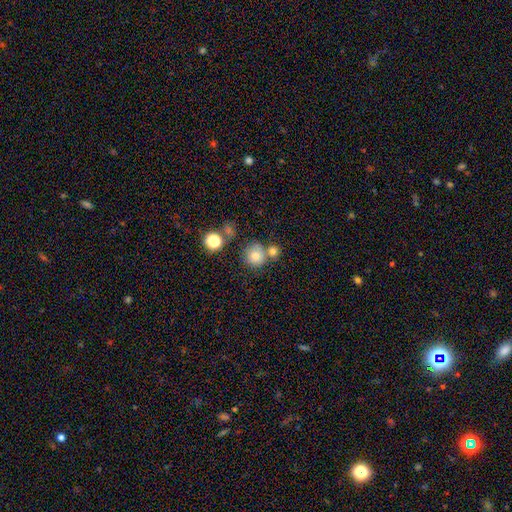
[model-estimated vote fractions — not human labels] smooth_or_featured: smooth (p=0.78) [alt: star or artifact p=0.13]
how_rounded: round (p=0.89) [alt: in between p=0.10]
merging: none (p=0.57) [alt: merger p=0.28]